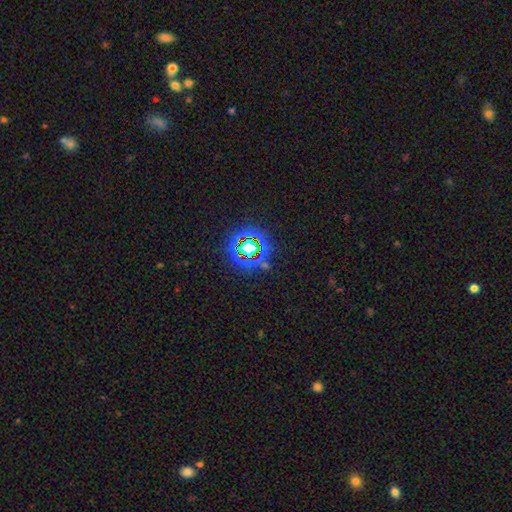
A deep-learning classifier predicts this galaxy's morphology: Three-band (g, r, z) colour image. It shows a star or artifact, not a galaxy (75%).